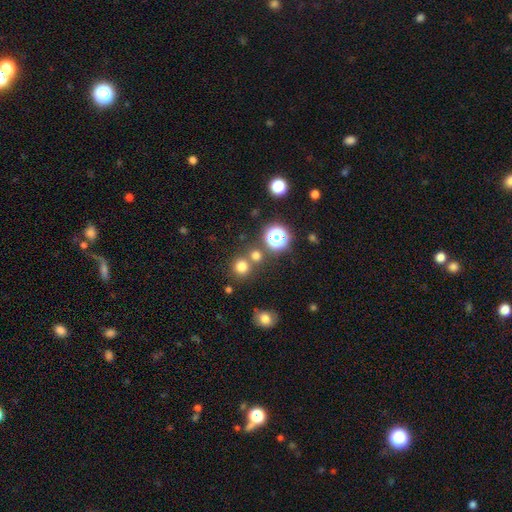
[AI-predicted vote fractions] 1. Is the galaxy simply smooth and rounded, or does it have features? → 68% smooth, 25% star or artifact, 6% featured or disk.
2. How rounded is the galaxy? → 91% round, 8% in between, 1% cigar-shaped.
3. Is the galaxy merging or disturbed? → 72% none, 18% merger, 6% minor disturbance, 3% major disturbance.